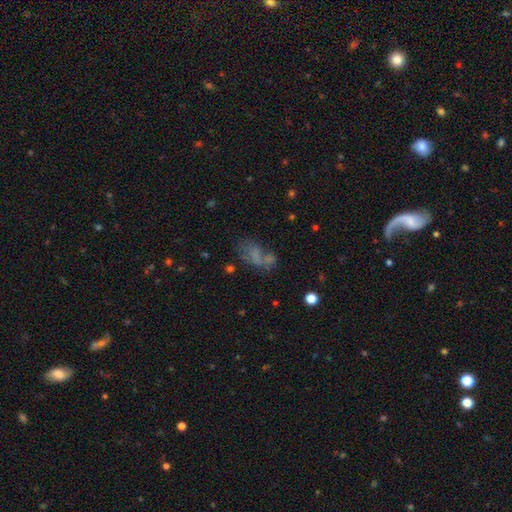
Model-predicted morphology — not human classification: Smooth or featured? Predicted: smooth (p=0.56). How rounded? Predicted: in between (p=0.84). Merging? Predicted: none (p=0.34).